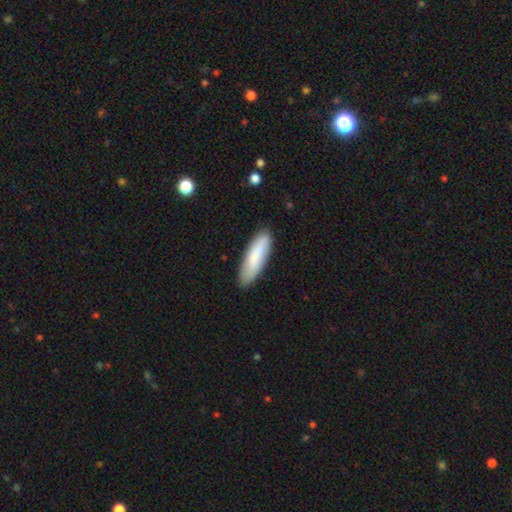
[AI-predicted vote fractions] smooth 83%, featured or disk 12%, star or artifact 5%. Down the decision tree: how rounded — cigar-shaped (56%); merging — none (85%).